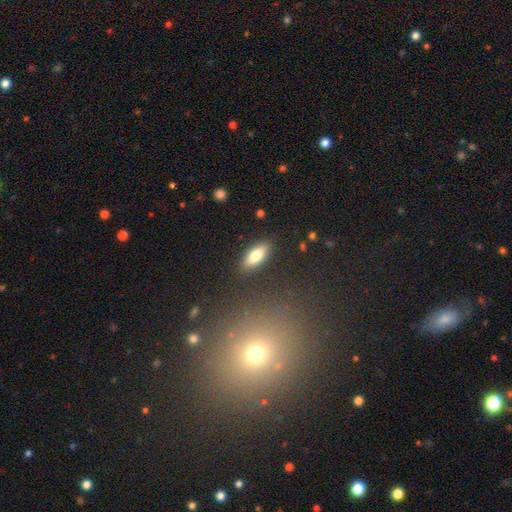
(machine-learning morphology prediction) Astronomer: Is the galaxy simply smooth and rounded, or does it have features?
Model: smooth — 77%.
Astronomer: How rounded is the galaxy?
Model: in between — 78%.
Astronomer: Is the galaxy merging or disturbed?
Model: none — 86%.